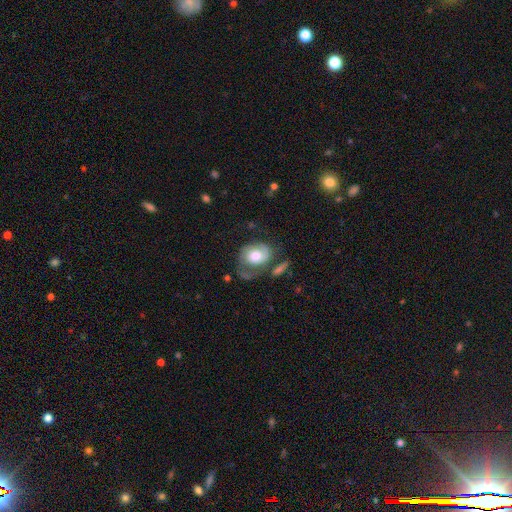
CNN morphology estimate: smooth_or_featured: featured or disk (p=0.57) [alt: smooth p=0.37]
disk_edge_on: no (p=0.96) [alt: yes p=0.04]
bar: no (p=0.77) [alt: weak p=0.19]
has_spiral_arms: yes (p=0.80) [alt: no p=0.20]
bulge_size: moderate (p=0.43) [alt: large p=0.42]
merging: none (p=0.37) [alt: major disturbance p=0.31]